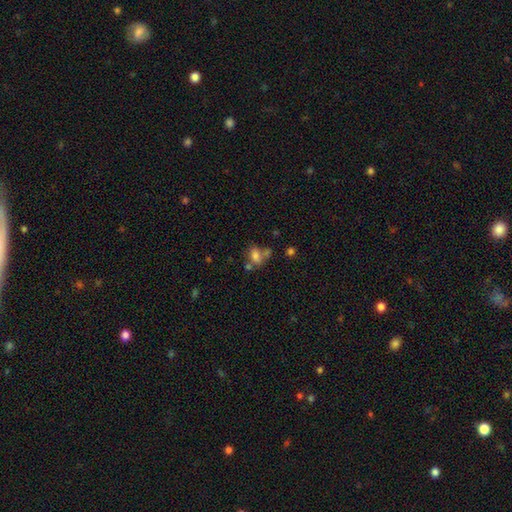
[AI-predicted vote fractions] A smooth galaxy with no disk features (71%) that is in between round and cigar-shaped (76%). Merging: none (40%).